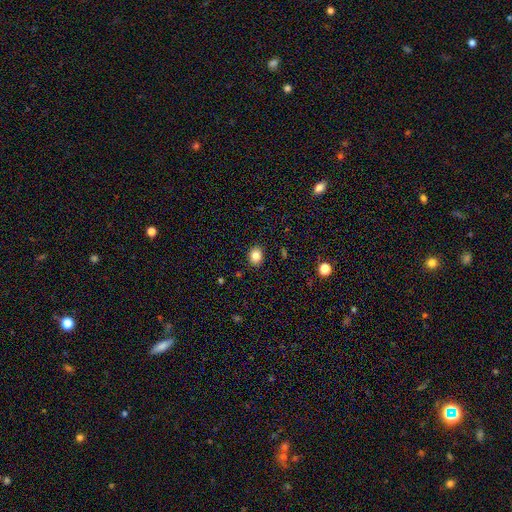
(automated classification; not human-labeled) Smooth or featured: smooth — 83% (star or artifact — 10%)
How rounded: in between — 51% (round — 48%)
Merging: none — 89% (minor disturbance — 8%)